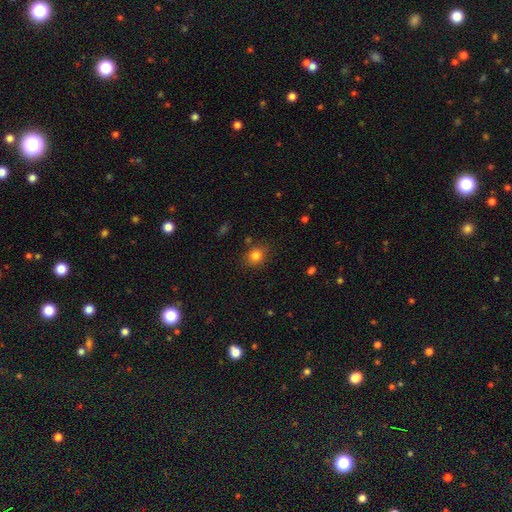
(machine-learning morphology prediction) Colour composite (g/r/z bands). It shows a smooth galaxy with no disk features (81%) that is round (60%). Merging: none (83%).